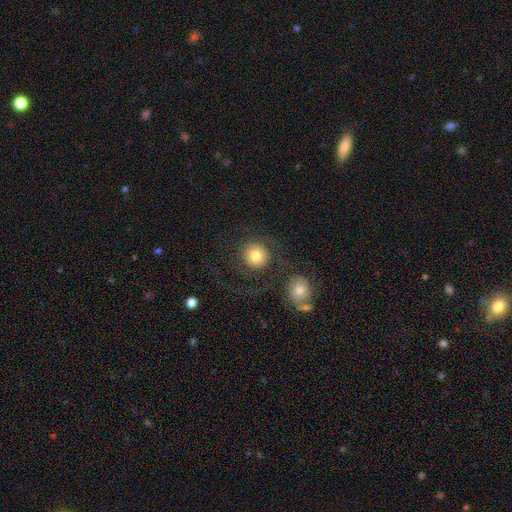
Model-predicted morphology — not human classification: The model was most divided on "merging": none: 70%, major disturbance: 14%, minor disturbance: 11%, merger: 6%. More confident: how rounded — round (93%); smooth or featured — smooth (75%).